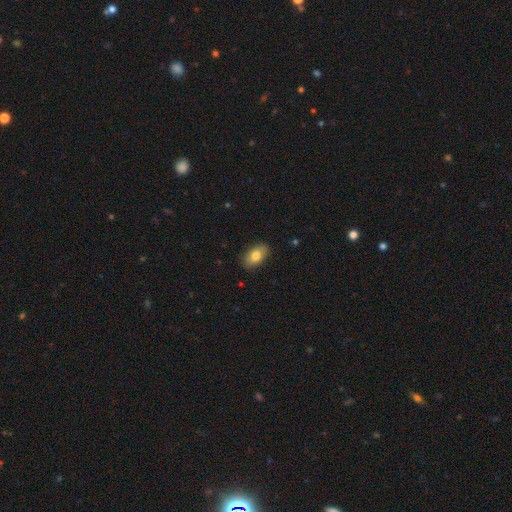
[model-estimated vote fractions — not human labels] A smooth galaxy with no disk features (79%) that is in between round and cigar-shaped (92%). Merging: none (86%).